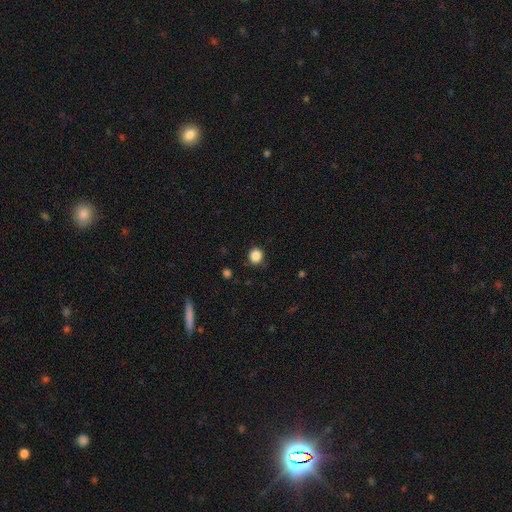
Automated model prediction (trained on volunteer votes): smooth_or_featured: smooth (p=0.86) [alt: star or artifact p=0.10]
how_rounded: round (p=0.84) [alt: in between p=0.15]
merging: none (p=0.85) [alt: minor disturbance p=0.11]